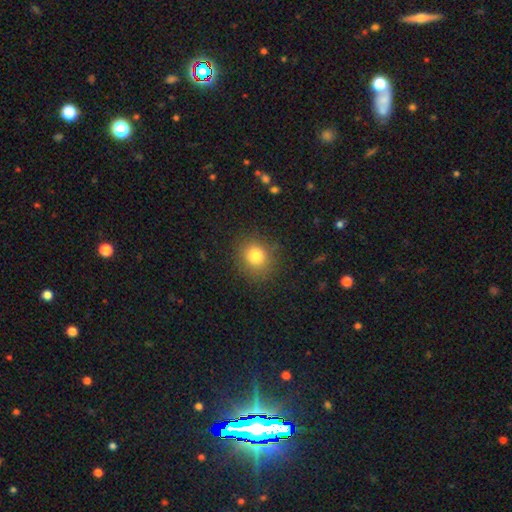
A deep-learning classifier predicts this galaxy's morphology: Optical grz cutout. It shows a smooth galaxy with no disk features (80%) that is round (82%). Merging: none (85%).